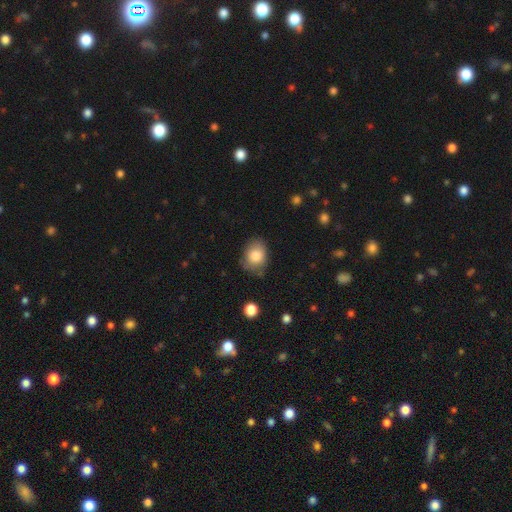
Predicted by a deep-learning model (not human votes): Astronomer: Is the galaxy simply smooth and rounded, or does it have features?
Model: smooth — 81%.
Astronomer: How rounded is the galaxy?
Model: in between — 54% (runner-up: round, 45%).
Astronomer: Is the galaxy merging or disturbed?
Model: none — 63%.